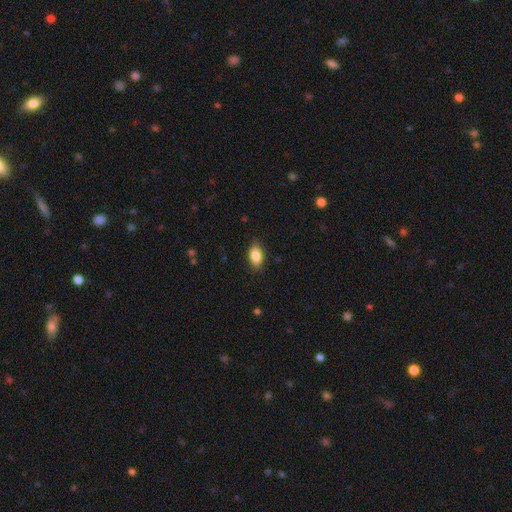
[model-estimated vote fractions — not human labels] A smooth galaxy with no disk features (86%) that is in between round and cigar-shaped (89%). Merging: none (85%).